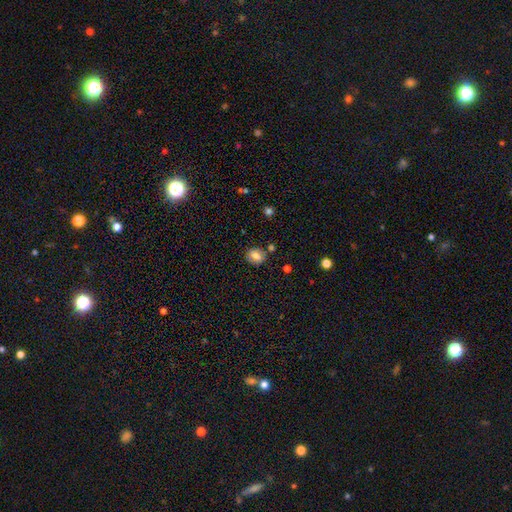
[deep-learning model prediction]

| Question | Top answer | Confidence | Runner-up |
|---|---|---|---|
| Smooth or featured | smooth | 75% | featured or disk (14%) |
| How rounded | in between | 51% | round (47%) |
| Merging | none | 74% | minor disturbance (15%) |